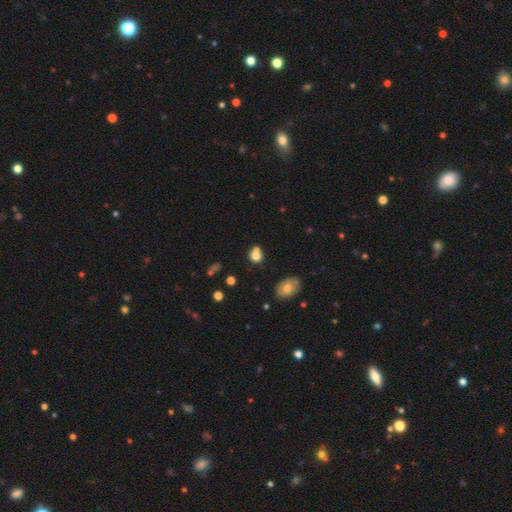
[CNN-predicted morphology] smooth-or-featured: smooth: 78% | star or artifact: 12% | featured or disk: 10%
  how-rounded: round: 62% | in between: 37% | cigar-shaped: 1%
  merging: none: 50% | merger: 26% | minor disturbance: 18% | major disturbance: 7%